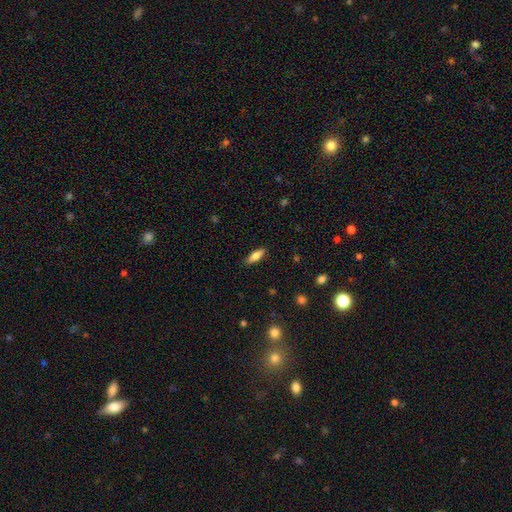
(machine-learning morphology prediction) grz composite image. It shows a smooth galaxy with no disk features (76%) that is in between round and cigar-shaped (58%). Merging: none (88%).